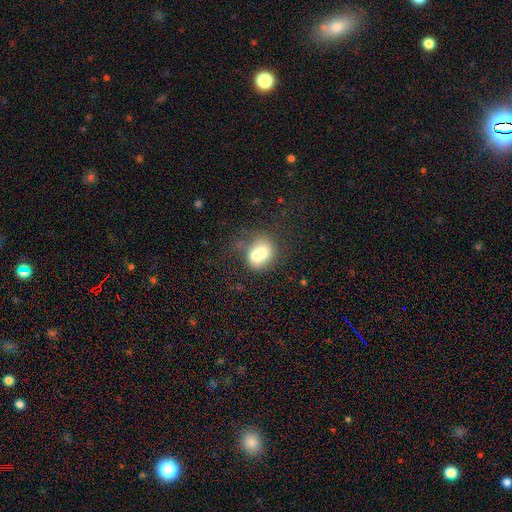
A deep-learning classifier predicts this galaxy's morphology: Smooth or featured? smooth (65%)
How rounded? round (60%)
Merging? merger (53%)